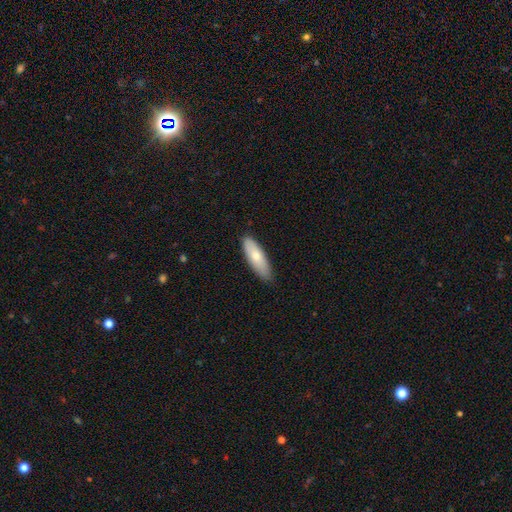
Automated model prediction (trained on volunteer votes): A smooth galaxy with no disk features (75%) that is in between round and cigar-shaped (56%).

Vote fractions:
- Smooth or featured? smooth: 75% / featured or disk: 19% / star or artifact: 6%
- How rounded? in between: 56% / cigar-shaped: 42% / round: 2%
- Merging? none: 83% / minor disturbance: 14% / major disturbance: 2% / merger: 1%